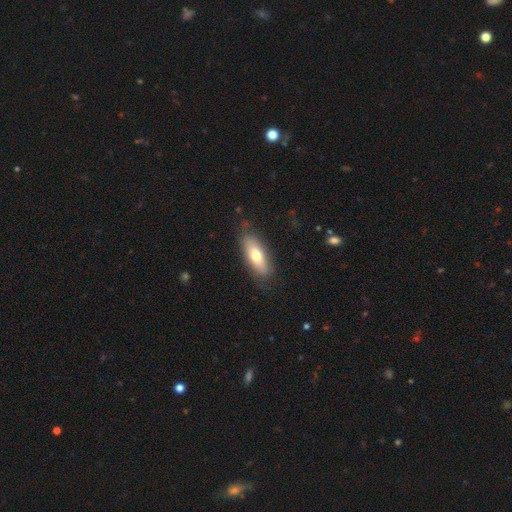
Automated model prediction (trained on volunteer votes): A smooth galaxy with no disk features (68%) that is in between round and cigar-shaped (71%).

Vote fractions:
- Smooth or featured? smooth: 68% / featured or disk: 26% / star or artifact: 6%
- How rounded? in between: 71% / cigar-shaped: 27% / round: 3%
- Merging? none: 80% / minor disturbance: 15% / major disturbance: 4% / merger: 1%